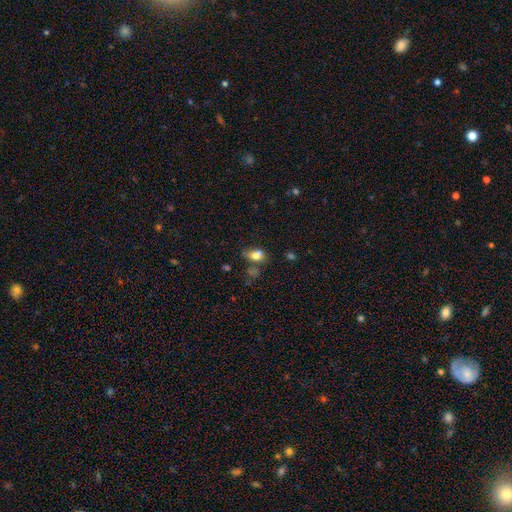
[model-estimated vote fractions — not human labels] A smooth galaxy with no disk features (77%) that is in between round and cigar-shaped (78%). Merging: none (40%).